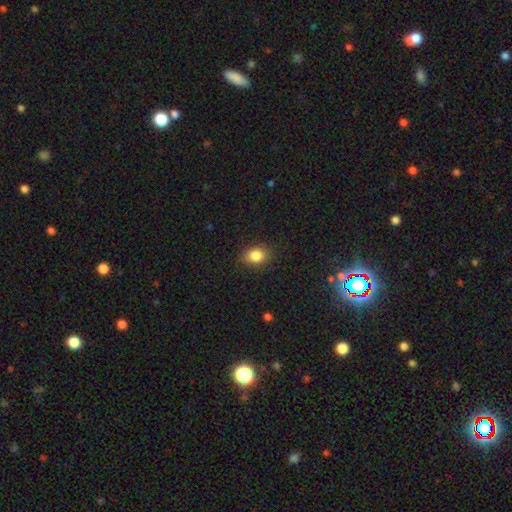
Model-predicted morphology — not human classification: Smooth or featured: smooth — 85% (star or artifact — 10%)
How rounded: in between — 58% (round — 41%)
Merging: none — 85% (minor disturbance — 11%)